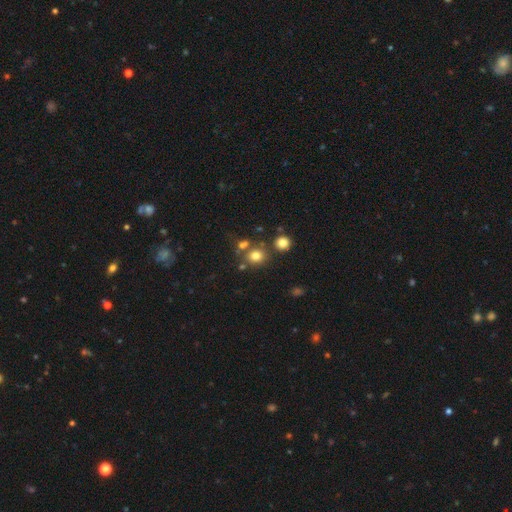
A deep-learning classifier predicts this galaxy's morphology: smooth 75%, star or artifact 16%, featured or disk 9%. Down the decision tree: how rounded — round (78%); merging — none (66%).